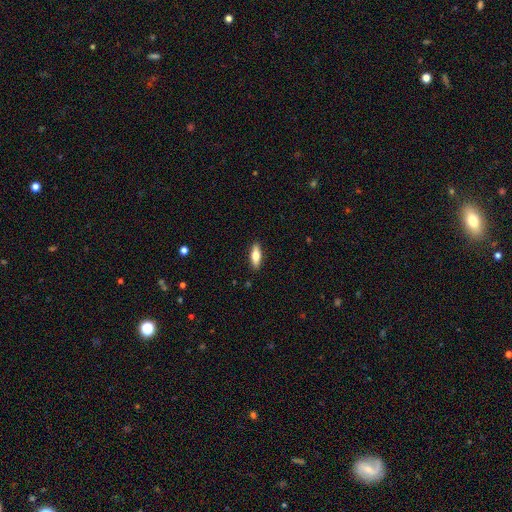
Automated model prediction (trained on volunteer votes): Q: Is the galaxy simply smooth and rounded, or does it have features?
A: smooth — 67%.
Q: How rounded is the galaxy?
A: in between — 63%.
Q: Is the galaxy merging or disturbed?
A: none — 89%.